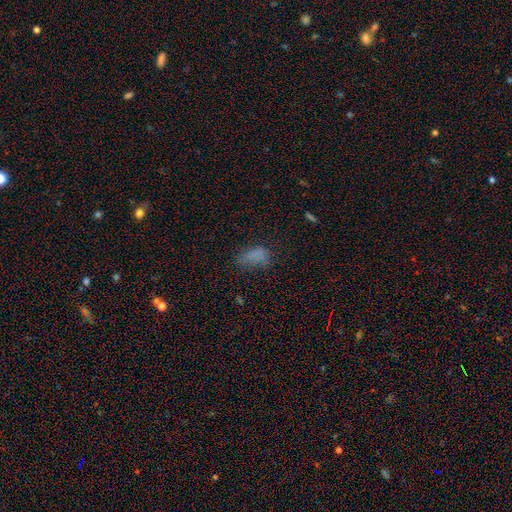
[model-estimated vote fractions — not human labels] Smooth or featured: smooth — 69% (star or artifact — 18%)
How rounded: in between — 86% (cigar-shaped — 8%)
Merging: none — 46% (minor disturbance — 27%)